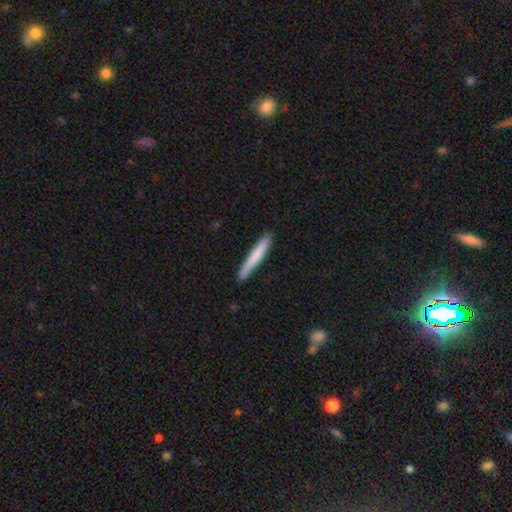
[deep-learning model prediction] This is likely a smooth galaxy (75%). How rounded: clearly cigar-shaped (96%). Merging: clearly none (86%).